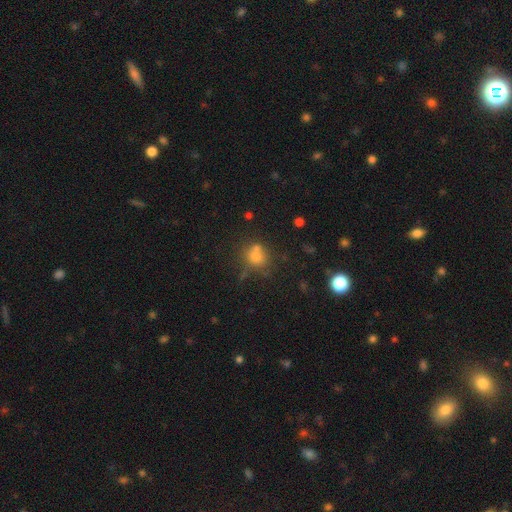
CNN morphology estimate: A smooth galaxy with no disk features (69%) that is round (77%).

Vote fractions:
- Smooth or featured? smooth: 69% / star or artifact: 18% / featured or disk: 13%
- How rounded? round: 77% / in between: 22% / cigar-shaped: 1%
- Merging? none: 54% / merger: 25% / minor disturbance: 14% / major disturbance: 7%